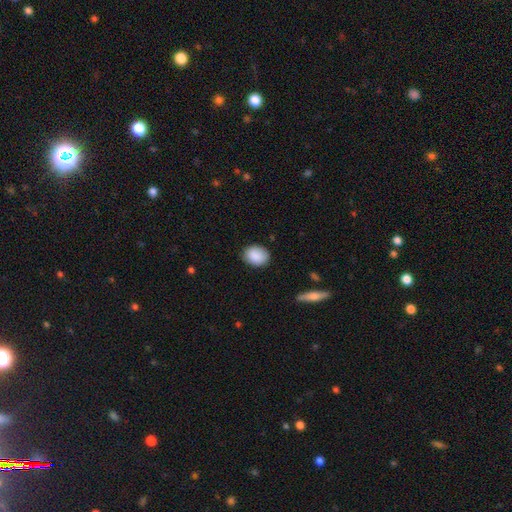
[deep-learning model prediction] A smooth galaxy with no disk features (89%) that is in between round and cigar-shaped (59%).

Vote fractions:
- Smooth or featured? smooth: 89% / star or artifact: 7% / featured or disk: 4%
- How rounded? in between: 59% / round: 40% / cigar-shaped: 1%
- Merging? none: 84% / minor disturbance: 12% / major disturbance: 3% / merger: 1%